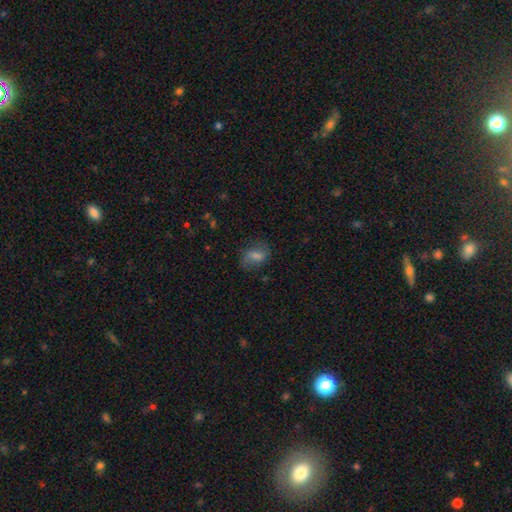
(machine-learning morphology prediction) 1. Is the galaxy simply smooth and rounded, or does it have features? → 51% smooth, 36% featured or disk, 13% star or artifact.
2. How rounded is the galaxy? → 75% in between, 20% round, 6% cigar-shaped.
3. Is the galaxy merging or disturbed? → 68% none, 20% minor disturbance, 10% major disturbance, 2% merger.